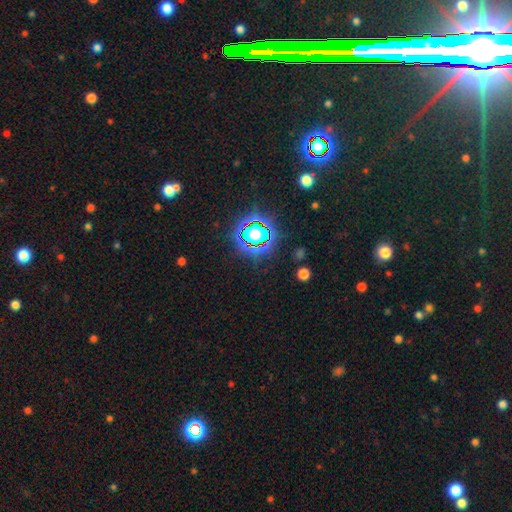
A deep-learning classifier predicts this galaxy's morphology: smooth-or-featured: star or artifact: 79% | smooth: 11% | featured or disk: 10%